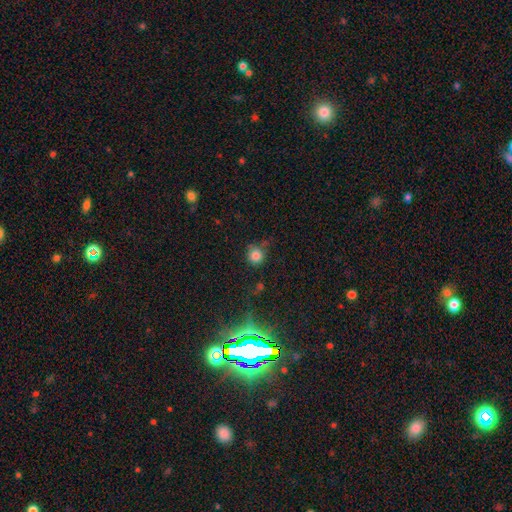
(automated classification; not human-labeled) Morphology: type=smooth (81%); roundness=round (91%); merging=none (66%).